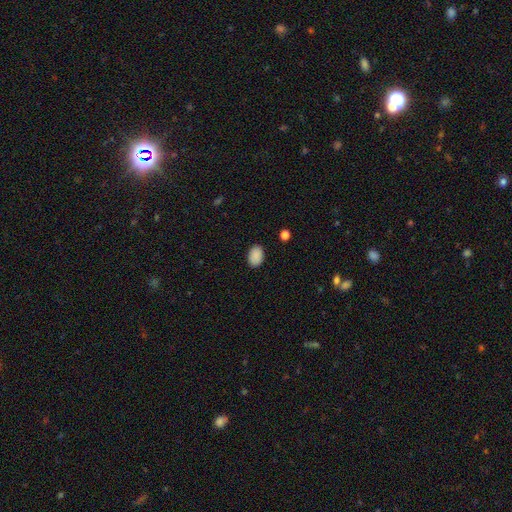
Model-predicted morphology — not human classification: Q: Smooth or featured?
A: smooth (90%); runner-up: star or artifact (8%)
Q: How rounded?
A: in between (86%); runner-up: round (13%)
Q: Merging?
A: none (88%); runner-up: minor disturbance (9%)